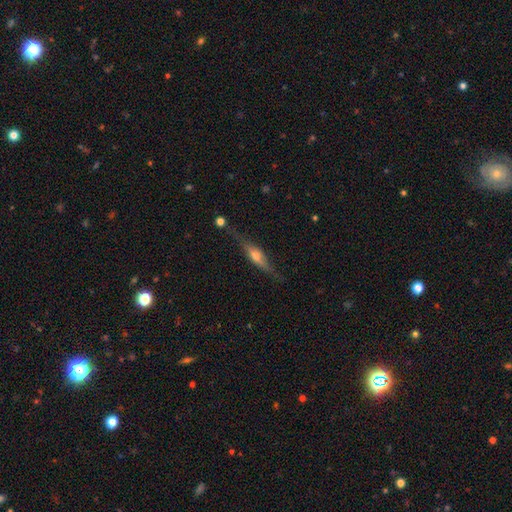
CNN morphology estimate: Smooth or featured: featured or disk — 65% (smooth — 27%)
Edge-on disk: yes — 91% (no — 9%)
Edge-on bulge: rounded — 82% (boxy — 11%)
Merging: none — 70% (minor disturbance — 19%)